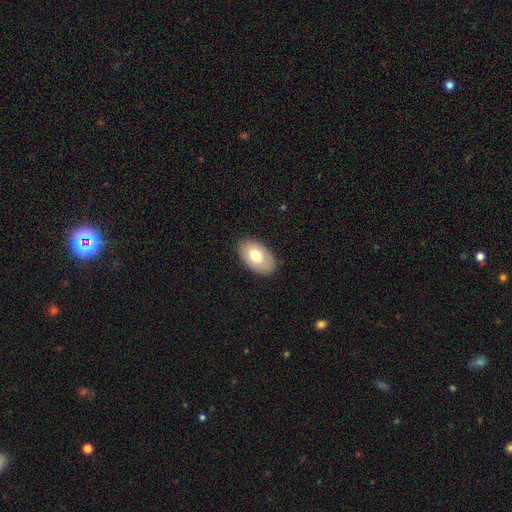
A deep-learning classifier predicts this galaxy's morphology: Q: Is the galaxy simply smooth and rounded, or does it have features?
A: smooth — 72%.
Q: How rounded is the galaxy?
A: in between — 93%.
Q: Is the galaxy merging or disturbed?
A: none — 87%.